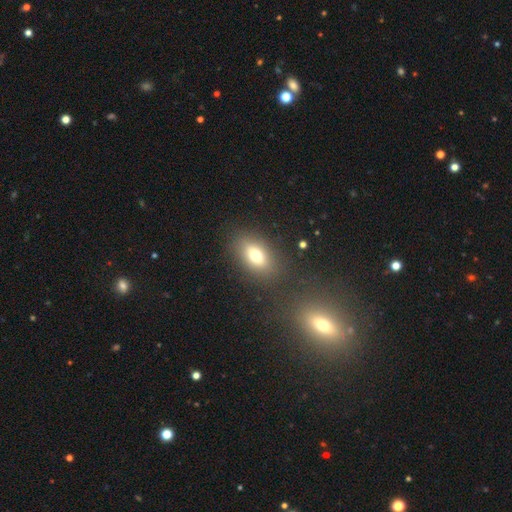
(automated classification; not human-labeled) smooth-or-featured: smooth: 72% | featured or disk: 16% | star or artifact: 12%
  how-rounded: in between: 82% | round: 14% | cigar-shaped: 4%
  merging: none: 82% | minor disturbance: 10% | major disturbance: 5% | merger: 3%